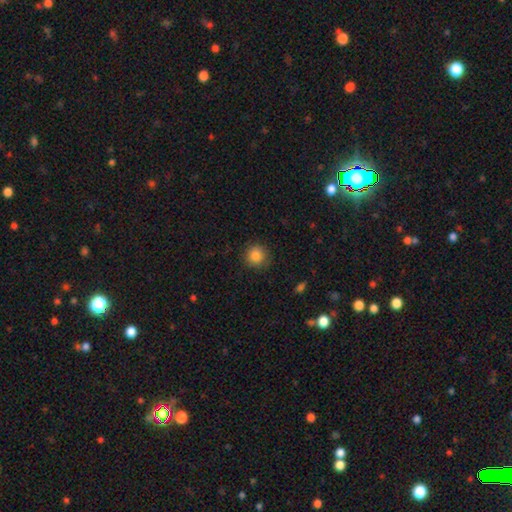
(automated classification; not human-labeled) This appears to be a smooth galaxy with no disk features (85%) that is round (93%). Merging: none (88%).